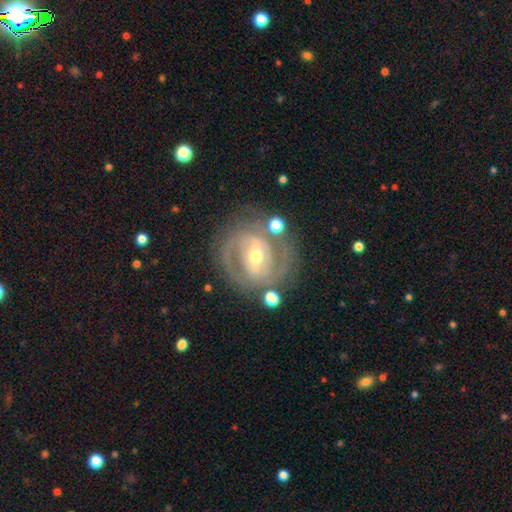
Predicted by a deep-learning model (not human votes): A featured or disk galaxy (87%) with a strong bar (44%), 2 (67%) tight (59%) spiral arms (91%) and a moderate central bulge (53%). Merging: none (75%).